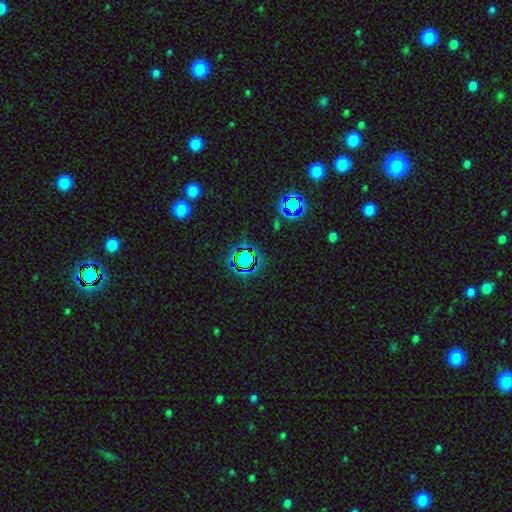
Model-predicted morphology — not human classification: Overall: star or artifact (76%).